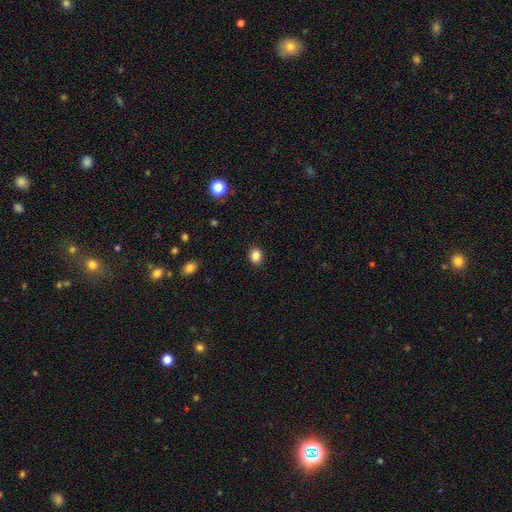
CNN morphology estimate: type=smooth (85%); roundness=round (58%); merging=none (90%).